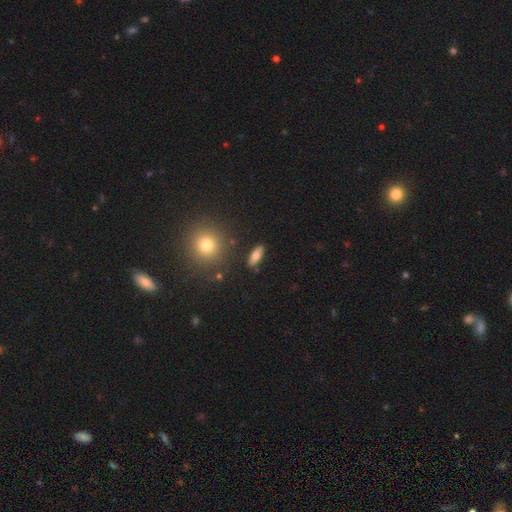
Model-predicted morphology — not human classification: This appears to be a smooth galaxy with no disk features (72%) that is in between round and cigar-shaped (68%). Merging: none (87%).